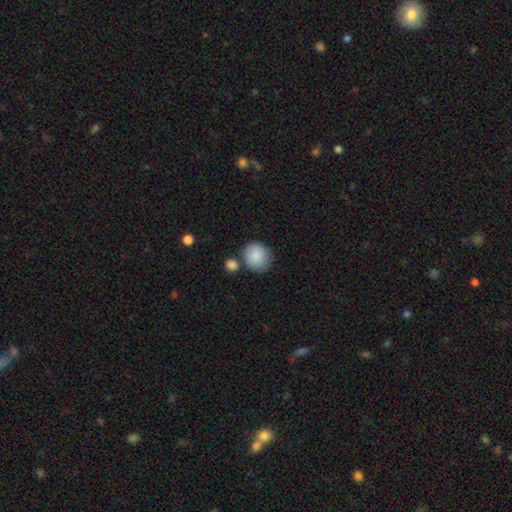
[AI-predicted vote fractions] Q: Smooth or featured?
A: smooth (87%); runner-up: star or artifact (7%)
Q: How rounded?
A: round (85%); runner-up: in between (14%)
Q: Merging?
A: none (67%); runner-up: minor disturbance (15%)